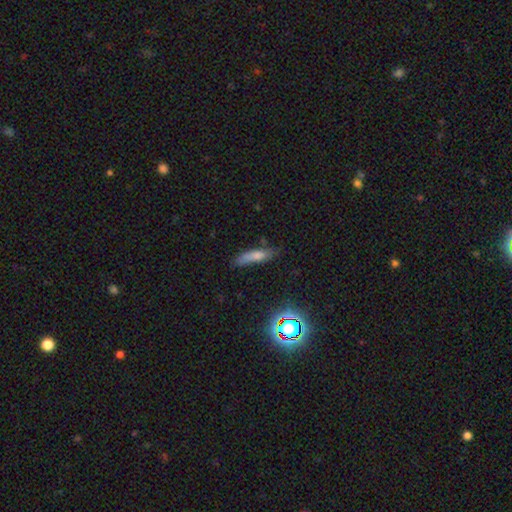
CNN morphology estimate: Smooth or featured? Predicted: smooth (p=0.70). How rounded? Predicted: cigar-shaped (p=0.70). Merging? Predicted: none (p=0.66).